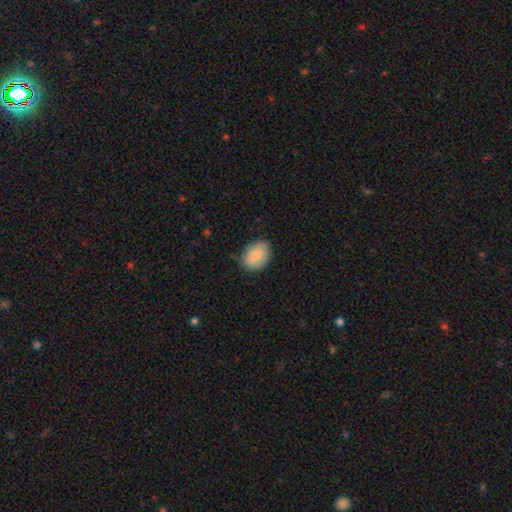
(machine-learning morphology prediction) smooth 84%, featured or disk 10%, star or artifact 6%. Down the decision tree: how rounded — in between (72%); merging — none (80%).